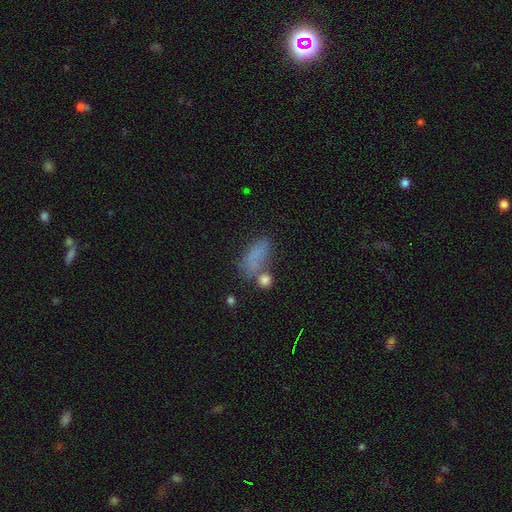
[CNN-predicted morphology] The model was most divided on "merging": none: 41%, minor disturbance: 21%, merger: 20%, major disturbance: 17%. More confident: how rounded — in between (77%); smooth or featured — smooth (72%).